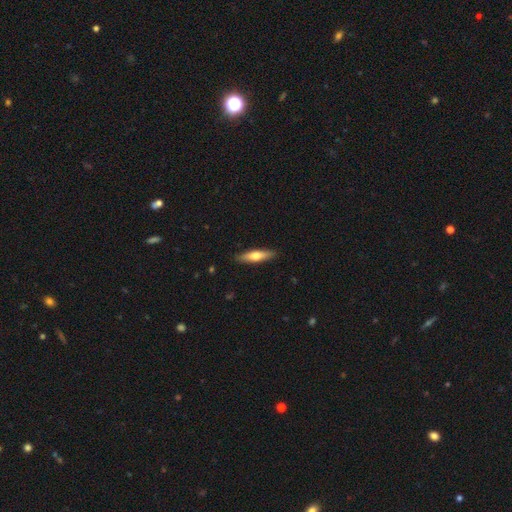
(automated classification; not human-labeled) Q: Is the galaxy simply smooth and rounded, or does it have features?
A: smooth — 59%.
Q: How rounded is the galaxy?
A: cigar-shaped — 73%.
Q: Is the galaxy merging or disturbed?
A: none — 89%.